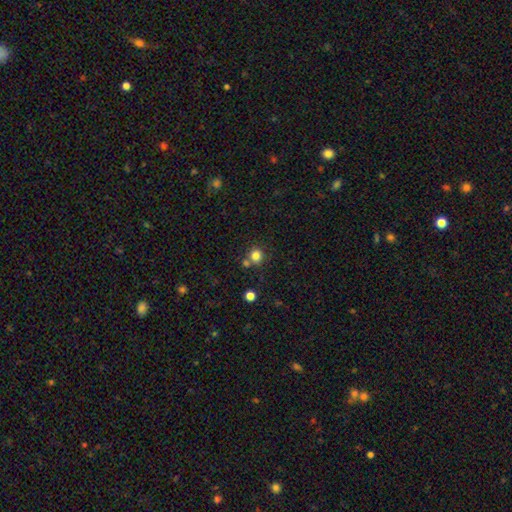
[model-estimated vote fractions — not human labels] smooth 81%, star or artifact 13%, featured or disk 6%. Down the decision tree: how rounded — round (86%); merging — none (68%).